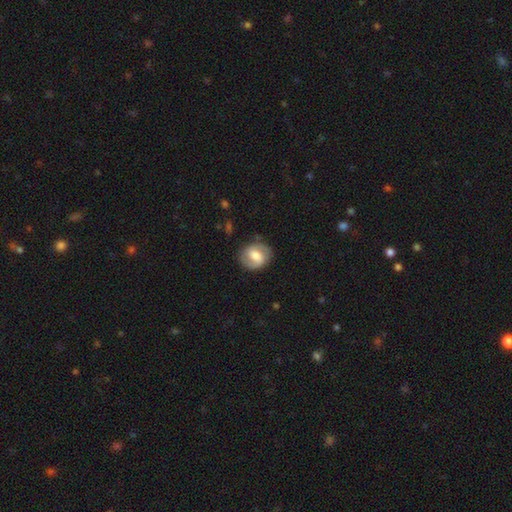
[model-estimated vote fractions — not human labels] Q: Smooth or featured?
A: featured or disk (62%); runner-up: smooth (32%)
Q: Edge-on disk?
A: no (97%); runner-up: yes (3%)
Q: Bar?
A: weak (48%); runner-up: strong (28%)
Q: Spiral arms?
A: yes (81%); runner-up: no (19%)
Q: Bulge size?
A: moderate (57%); runner-up: large (21%)
Q: Merging?
A: none (80%); runner-up: minor disturbance (14%)